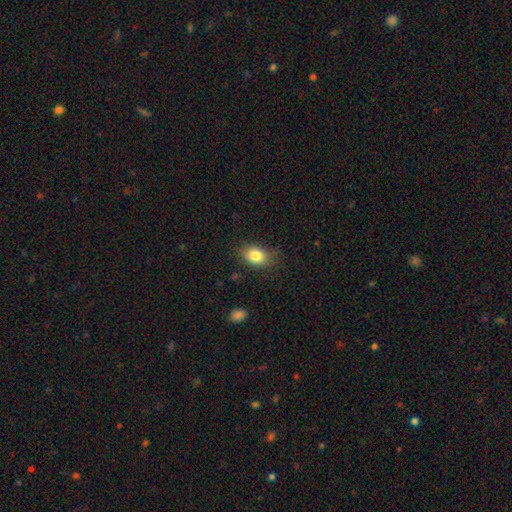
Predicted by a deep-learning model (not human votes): A smooth galaxy with no disk features (83%) that is in between round and cigar-shaped (71%).

Vote fractions:
- Smooth or featured? smooth: 83% / star or artifact: 9% / featured or disk: 8%
- How rounded? in between: 71% / round: 28% / cigar-shaped: 1%
- Merging? none: 75% / minor disturbance: 19% / major disturbance: 5% / merger: 1%